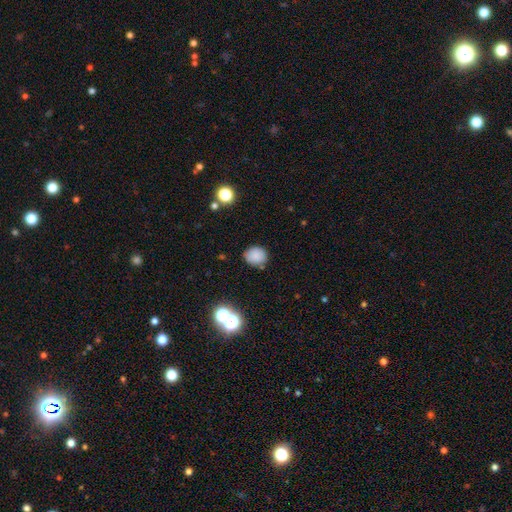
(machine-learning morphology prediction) Smooth or featured? smooth (83%)
How rounded? round (73%)
Merging? none (82%)